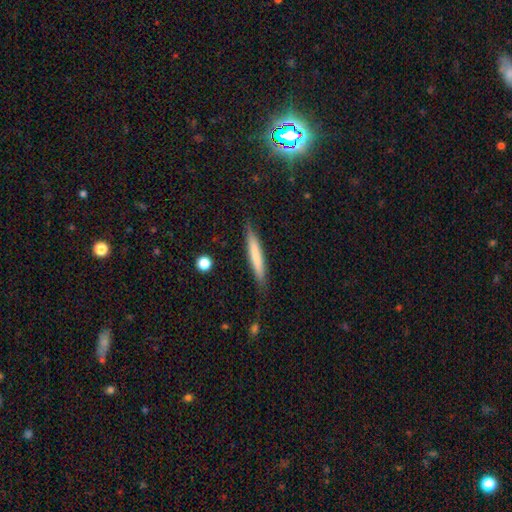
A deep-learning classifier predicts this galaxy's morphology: The model was most divided on "smooth or featured": smooth: 68%, featured or disk: 25%, star or artifact: 6%. More confident: how rounded — cigar-shaped (94%); merging — none (83%).